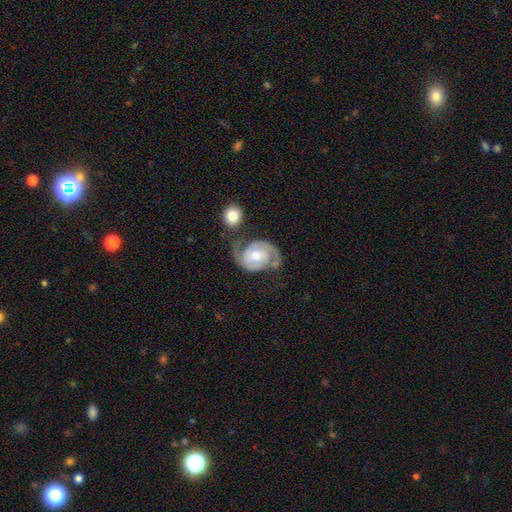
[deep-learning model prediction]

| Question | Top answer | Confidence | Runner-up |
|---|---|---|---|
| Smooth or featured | featured or disk | 87% | smooth (9%) |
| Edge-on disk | no | 98% | yes (2%) |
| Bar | no | 55% | weak (35%) |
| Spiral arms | yes | 96% | no (4%) |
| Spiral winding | medium | 50% | tight (33%) |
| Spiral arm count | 2 | 91% | can't tell (3%) |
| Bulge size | moderate | 66% | small (21%) |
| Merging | none | 57% | minor disturbance (20%) |